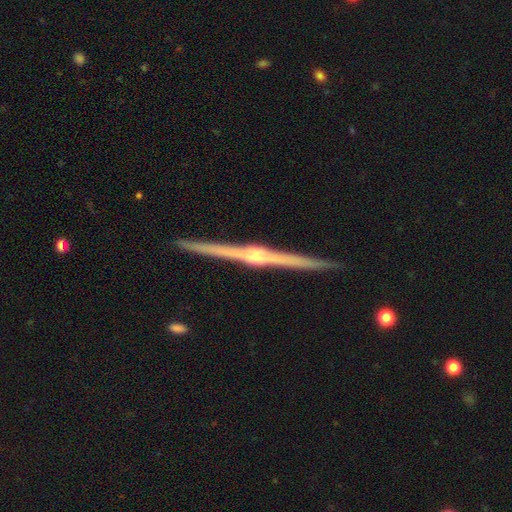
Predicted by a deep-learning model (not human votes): A featured or disk galaxy (89%) viewed edge-on (99%) with a rounded central bulge (83%). Merging: none (93%).